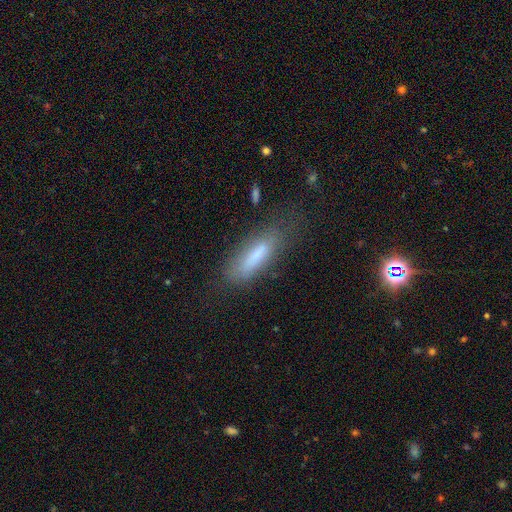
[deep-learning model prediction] This appears to be a smooth galaxy with no disk features (74%) that is cigar-shaped (59%). Merging: none (67%).